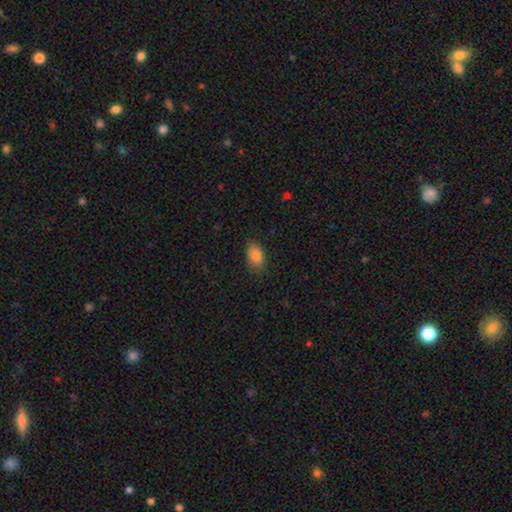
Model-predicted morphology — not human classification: This appears to be a smooth galaxy with no disk features (86%) that is in between round and cigar-shaped (90%). Merging: none (81%).